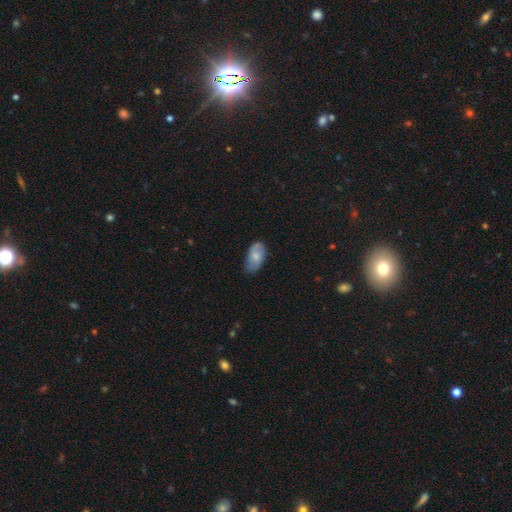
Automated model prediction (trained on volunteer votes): Smooth or featured? smooth (62%)
How rounded? in between (93%)
Merging? none (65%)